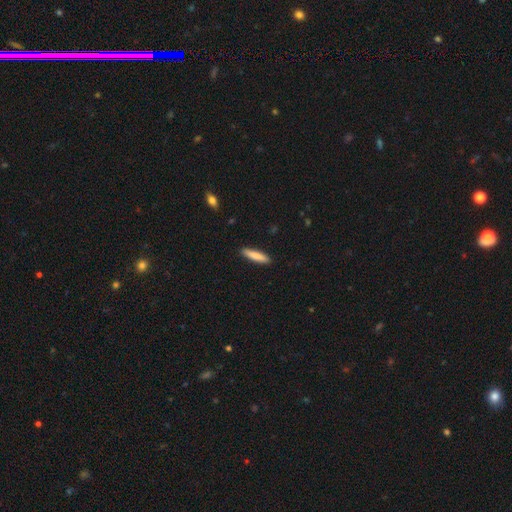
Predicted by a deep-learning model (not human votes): The model was most divided on "smooth or featured": smooth: 81%, featured or disk: 14%, star or artifact: 5%. More confident: merging — none (90%); how rounded — cigar-shaped (83%).